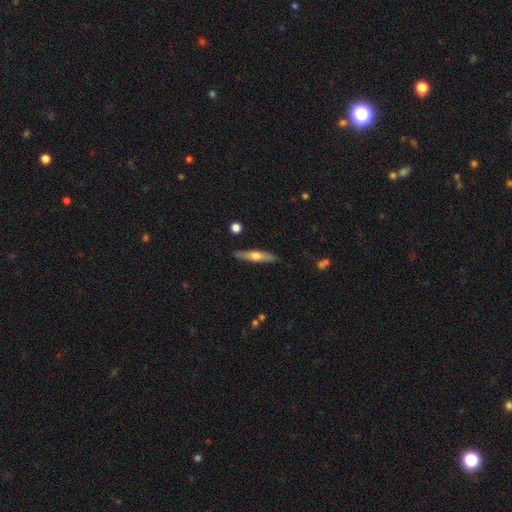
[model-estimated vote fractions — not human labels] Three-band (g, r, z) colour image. It shows a featured or disk galaxy (49%). Merging: none (89%).